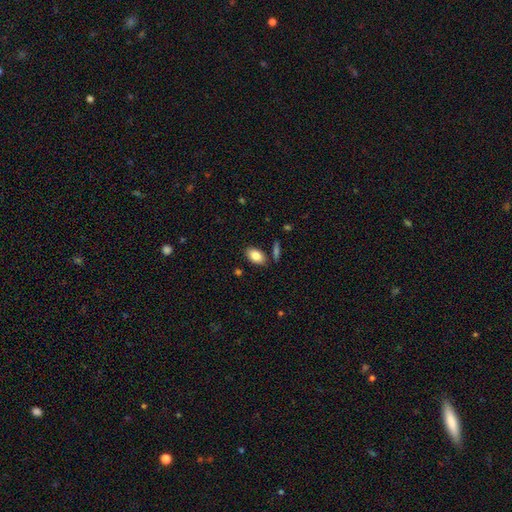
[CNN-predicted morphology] Smooth or featured? smooth (85%)
How rounded? in between (92%)
Merging? none (82%)